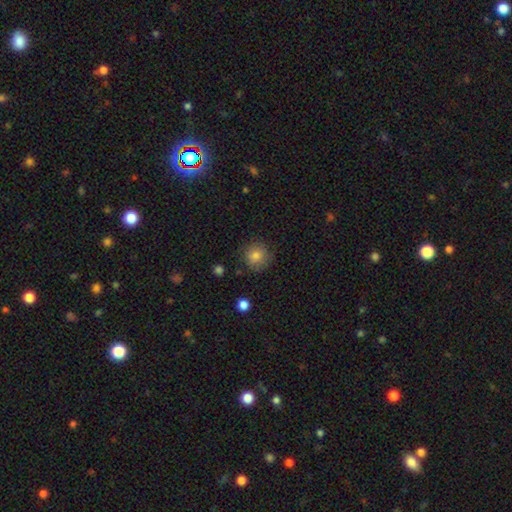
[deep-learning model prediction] A smooth galaxy with no disk features (83%) that is round (92%). Merging: none (83%).